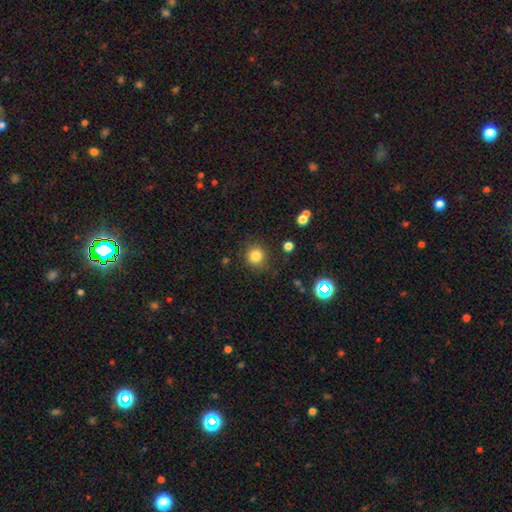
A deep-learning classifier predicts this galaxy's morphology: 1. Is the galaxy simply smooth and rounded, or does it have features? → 82% smooth, 13% star or artifact, 5% featured or disk.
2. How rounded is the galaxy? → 91% round, 8% in between, 1% cigar-shaped.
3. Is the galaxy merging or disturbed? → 83% none, 11% minor disturbance, 4% major disturbance, 2% merger.